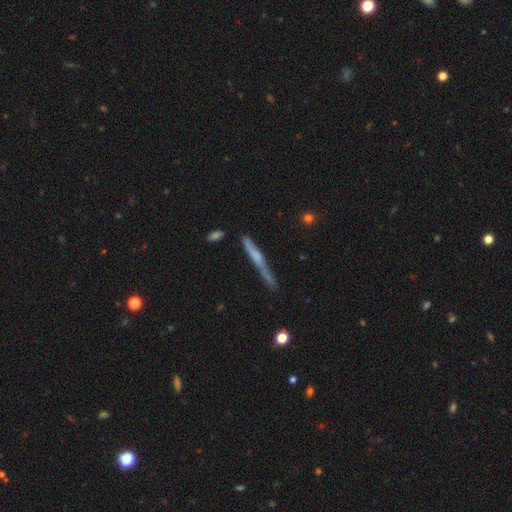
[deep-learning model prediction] The model was most divided on "edge-on bulge": none: 48%, rounded: 40%, boxy: 12%. More confident: edge-on disk — yes (94%); merging — none (68%); smooth or featured — featured or disk (55%).